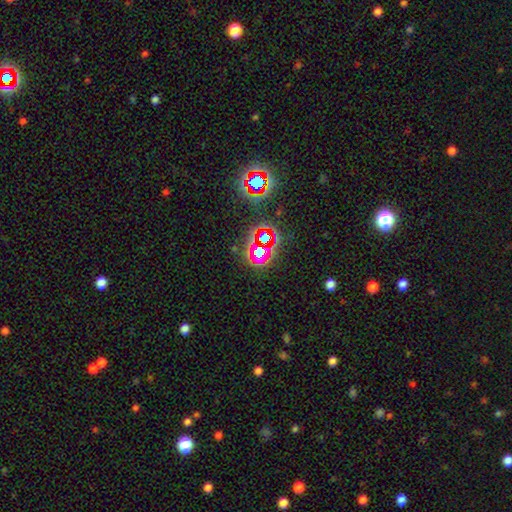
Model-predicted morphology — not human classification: type=star or artifact (70%).